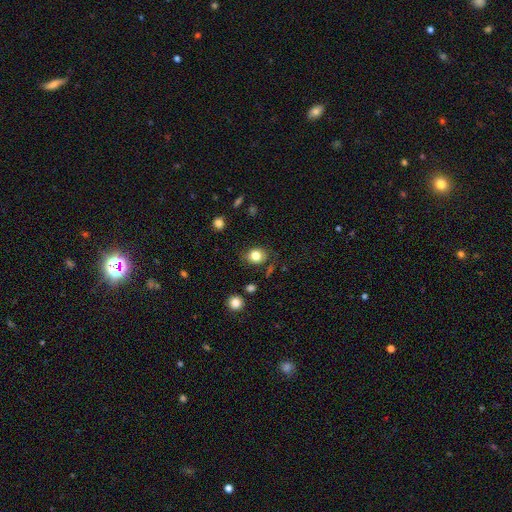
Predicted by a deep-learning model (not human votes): Q: Smooth or featured?
A: smooth (81%); runner-up: star or artifact (11%)
Q: How rounded?
A: round (64%); runner-up: in between (35%)
Q: Merging?
A: none (81%); runner-up: minor disturbance (13%)